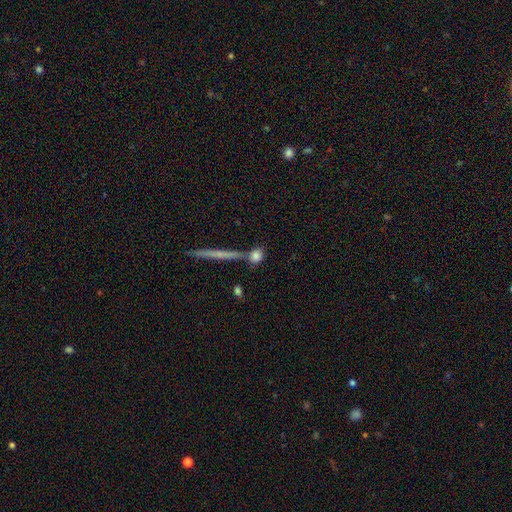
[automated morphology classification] Smooth or featured?
  - smooth: 77% *
  - featured or disk: 14%
  - star or artifact: 9%
How rounded?
  - round: 63% *
  - in between: 22%
  - cigar-shaped: 15%
Merging?
  - none: 65% *
  - merger: 18%
  - minor disturbance: 12%
  - major disturbance: 5%